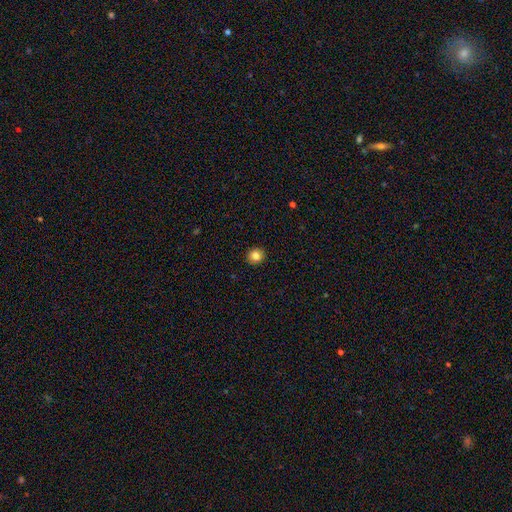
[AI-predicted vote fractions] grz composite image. It shows a smooth galaxy with no disk features (84%) that is round (89%). Merging: none (93%).